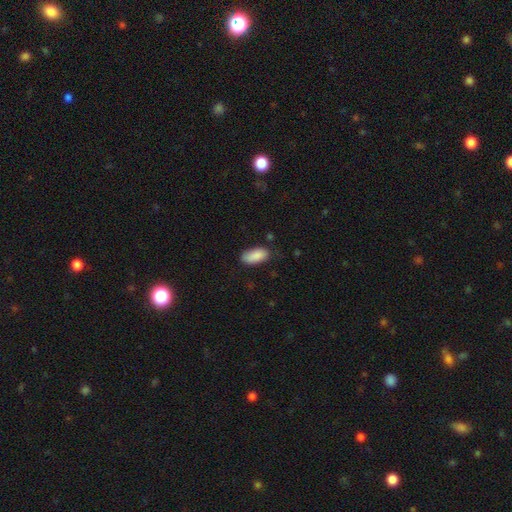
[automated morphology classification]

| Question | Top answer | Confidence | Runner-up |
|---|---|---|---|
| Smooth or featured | smooth | 89% | star or artifact (7%) |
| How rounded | in between | 91% | cigar-shaped (7%) |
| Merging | none | 76% | minor disturbance (19%) |